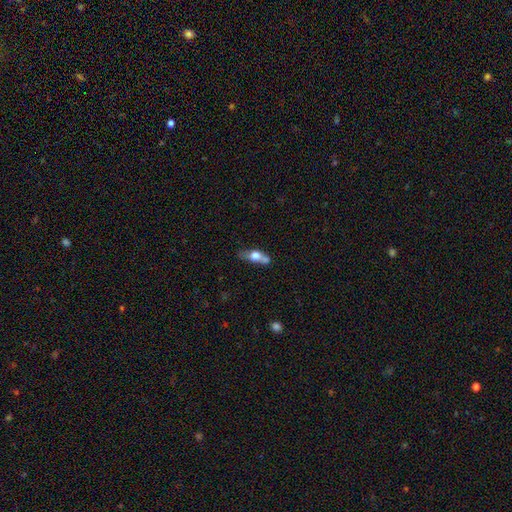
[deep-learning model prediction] smooth 57%, featured or disk 34%, star or artifact 8%. Down the decision tree: how rounded — in between (61%); merging — none (41%).